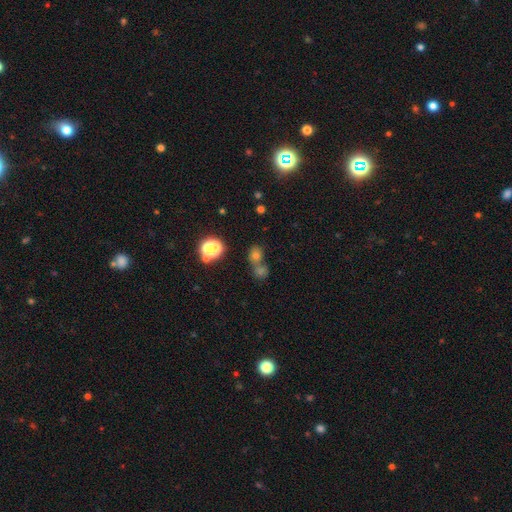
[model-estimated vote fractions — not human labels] This is likely a smooth galaxy (65%). How rounded: likely round (65%). Merging: possibly merger (47%).